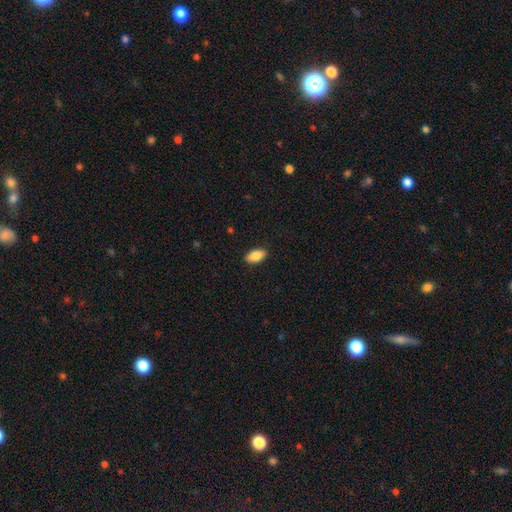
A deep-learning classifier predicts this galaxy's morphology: Smooth or featured?
  - smooth: 87% *
  - star or artifact: 7%
  - featured or disk: 7%
How rounded?
  - in between: 92% *
  - cigar-shaped: 5%
  - round: 3%
Merging?
  - none: 89% *
  - minor disturbance: 8%
  - major disturbance: 2%
  - merger: 1%